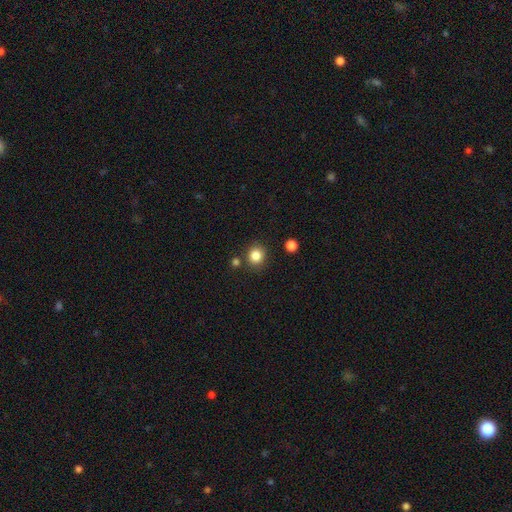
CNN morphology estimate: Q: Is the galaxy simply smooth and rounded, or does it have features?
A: smooth — 84%.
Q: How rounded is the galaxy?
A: round — 86%.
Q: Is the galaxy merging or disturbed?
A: none — 83%.